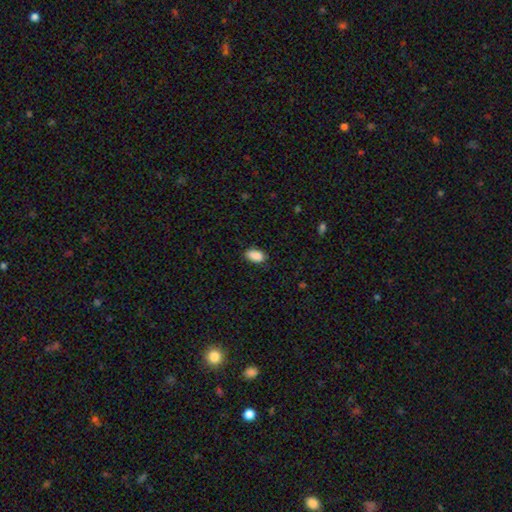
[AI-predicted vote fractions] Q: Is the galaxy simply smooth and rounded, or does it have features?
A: smooth — 89%.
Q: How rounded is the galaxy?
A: in between — 92%.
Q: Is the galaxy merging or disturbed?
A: none — 81%.